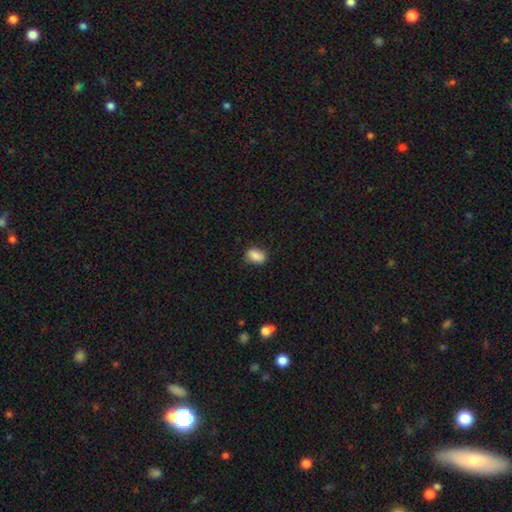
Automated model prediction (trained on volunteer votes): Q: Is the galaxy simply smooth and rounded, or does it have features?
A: smooth — 86%.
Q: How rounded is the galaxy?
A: in between — 81%.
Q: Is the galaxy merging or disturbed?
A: none — 81%.